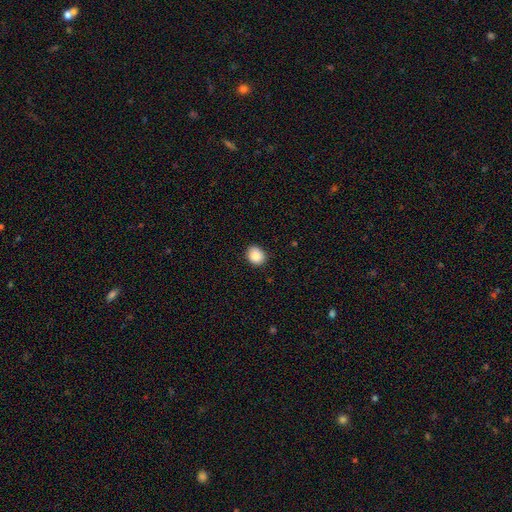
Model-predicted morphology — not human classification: smooth-or-featured: smooth: 89% | star or artifact: 8% | featured or disk: 3%
  how-rounded: round: 64% | in between: 36% | cigar-shaped: 1%
  merging: none: 88% | minor disturbance: 9% | major disturbance: 2% | merger: 1%